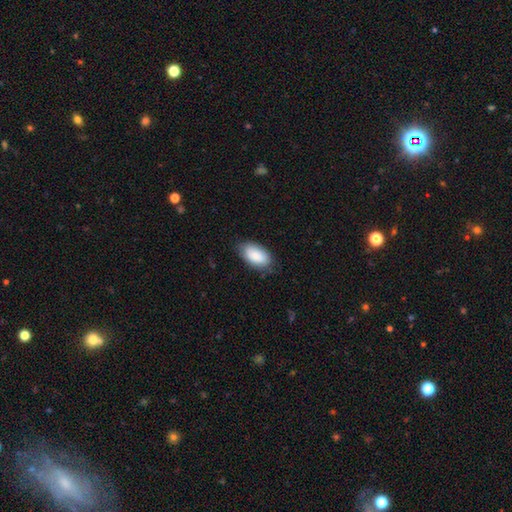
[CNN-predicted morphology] Q: Smooth or featured?
A: smooth (87%); runner-up: featured or disk (7%)
Q: How rounded?
A: in between (95%); runner-up: round (3%)
Q: Merging?
A: none (76%); runner-up: minor disturbance (19%)